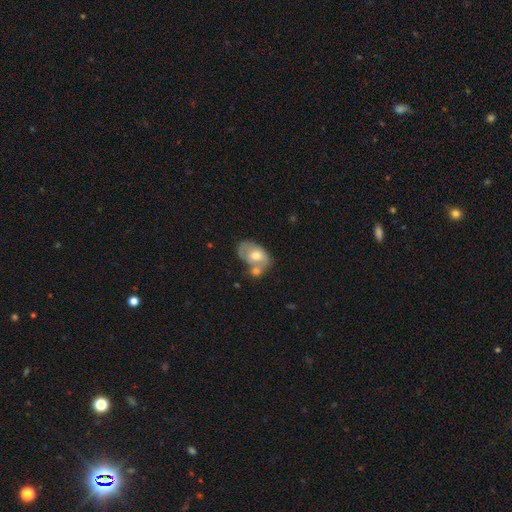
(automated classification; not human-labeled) A smooth galaxy with no disk features (53%) that is in between round and cigar-shaped (84%). Merging: merger (47%).